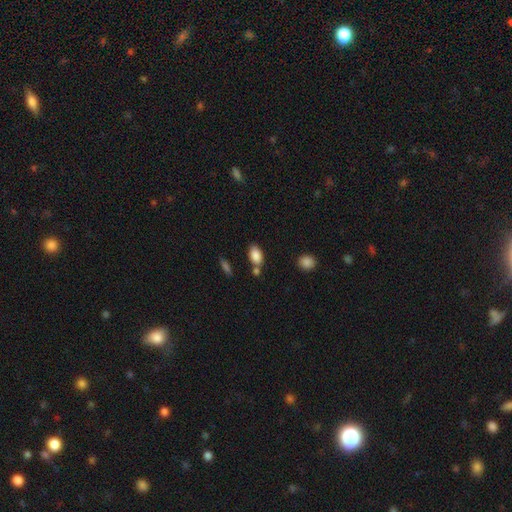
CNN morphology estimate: smooth_or_featured: smooth (p=0.86) [alt: star or artifact p=0.08]
how_rounded: in between (p=0.90) [alt: round p=0.07]
merging: none (p=0.65) [alt: merger p=0.18]